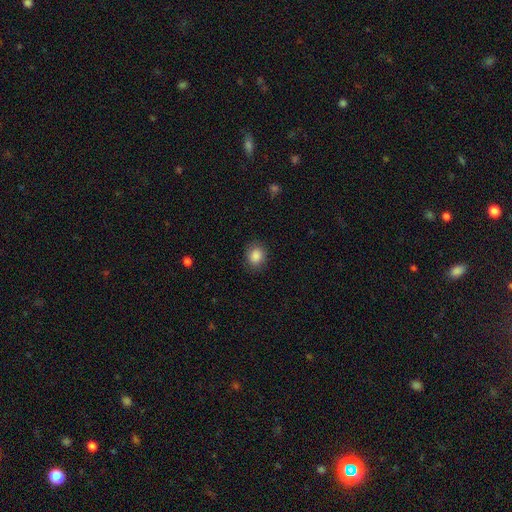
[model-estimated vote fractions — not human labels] A smooth galaxy with no disk features (87%) that is round (69%).

Vote fractions:
- Smooth or featured? smooth: 87% / star or artifact: 9% / featured or disk: 4%
- How rounded? round: 69% / in between: 30% / cigar-shaped: 1%
- Merging? none: 86% / minor disturbance: 10% / major disturbance: 3% / merger: 1%